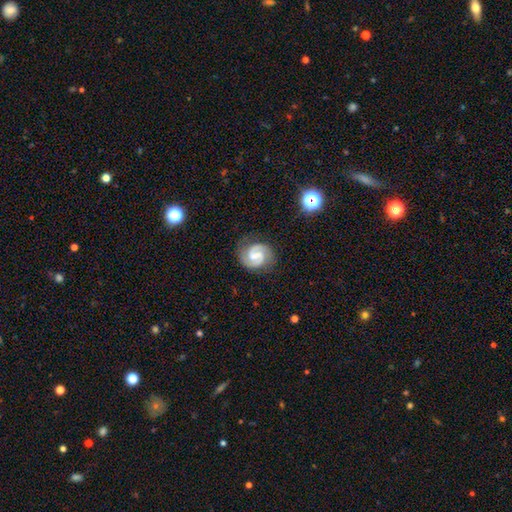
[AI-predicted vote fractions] Q: Smooth or featured?
A: featured or disk (87%); runner-up: smooth (8%)
Q: Edge-on disk?
A: no (98%); runner-up: yes (2%)
Q: Bar?
A: weak (53%); runner-up: no (26%)
Q: Spiral arms?
A: yes (98%); runner-up: no (2%)
Q: Spiral winding?
A: medium (50%); runner-up: tight (38%)
Q: Spiral arm count?
A: 2 (92%); runner-up: can't tell (2%)
Q: Bulge size?
A: small (35%); runner-up: none (32%)
Q: Merging?
A: none (81%); runner-up: minor disturbance (13%)